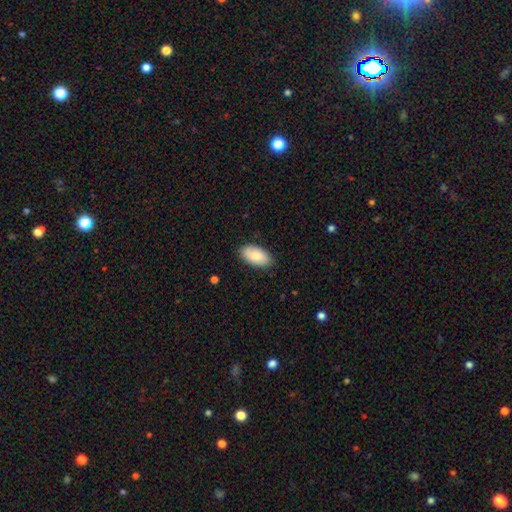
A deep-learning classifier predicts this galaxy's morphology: Smooth or featured? Predicted: smooth (p=0.81). How rounded? Predicted: in between (p=0.95). Merging? Predicted: none (p=0.86).